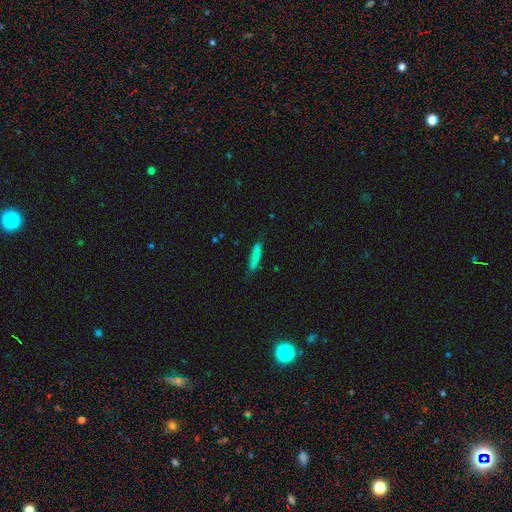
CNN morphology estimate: Overall: smooth (83%). How rounded: cigar-shaped (85%). Merging: none (78%).